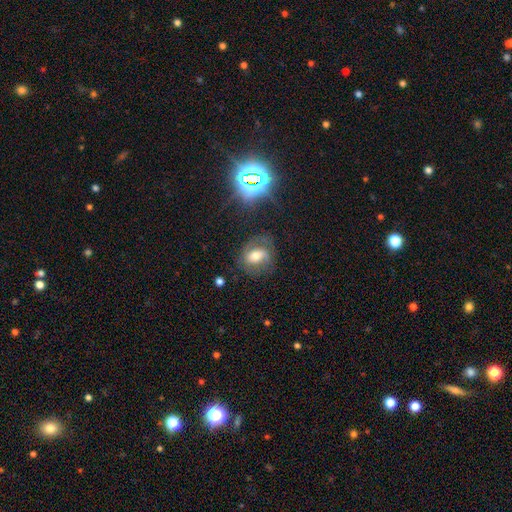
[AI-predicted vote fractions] Smooth or featured? featured or disk (52%)
Edge-on disk? no (95%)
Merging? none (60%)